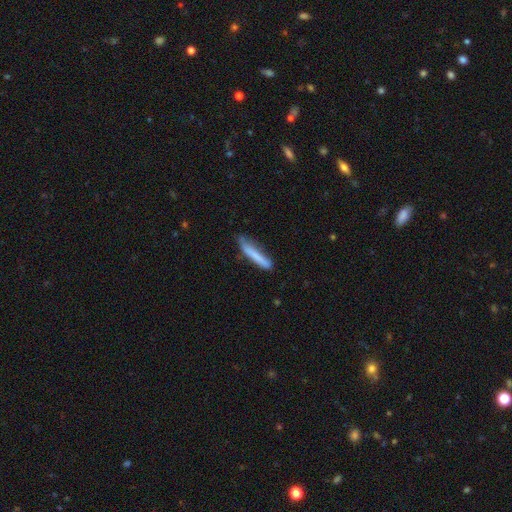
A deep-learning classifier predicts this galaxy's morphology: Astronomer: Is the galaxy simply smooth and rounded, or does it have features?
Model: smooth — 76%.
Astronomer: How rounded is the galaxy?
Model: cigar-shaped — 93%.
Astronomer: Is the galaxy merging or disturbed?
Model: none — 69%.